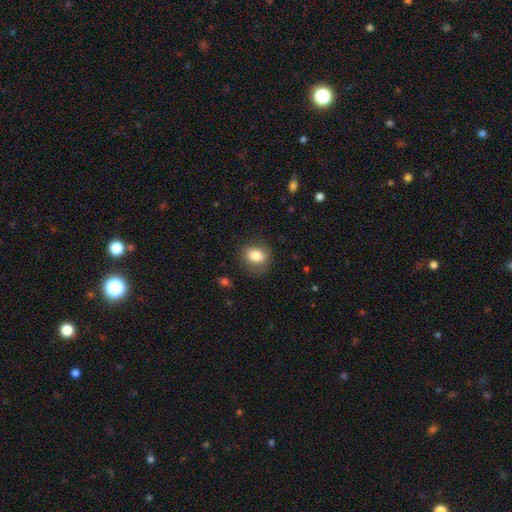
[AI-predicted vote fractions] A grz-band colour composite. It shows a smooth galaxy with no disk features (81%) that is in between round and cigar-shaped (54%). Merging: none (76%).